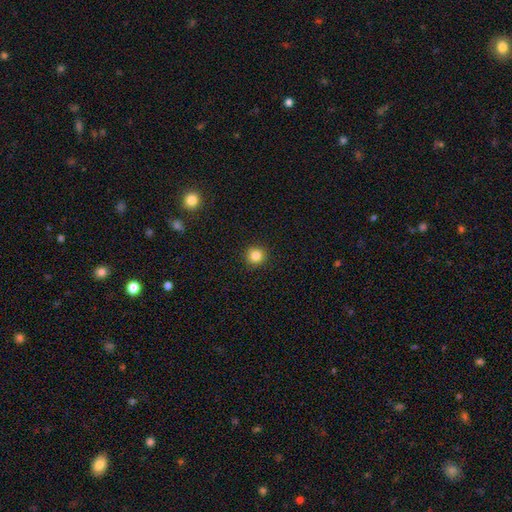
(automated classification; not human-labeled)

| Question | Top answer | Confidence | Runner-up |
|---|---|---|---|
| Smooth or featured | smooth | 83% | star or artifact (12%) |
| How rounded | round | 94% | in between (5%) |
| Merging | none | 92% | minor disturbance (5%) |